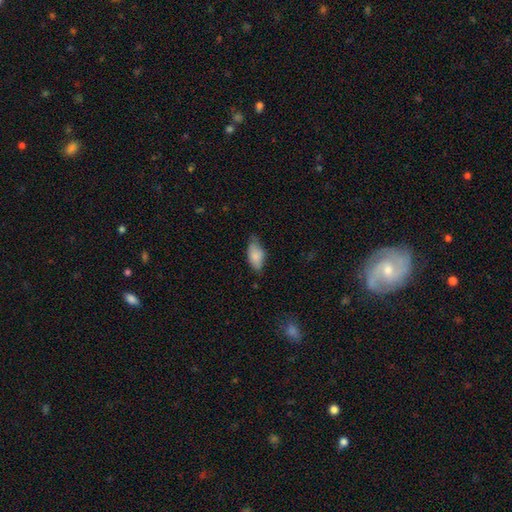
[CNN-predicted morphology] A smooth galaxy with no disk features (81%) that is in between round and cigar-shaped (90%). Merging: none (60%).